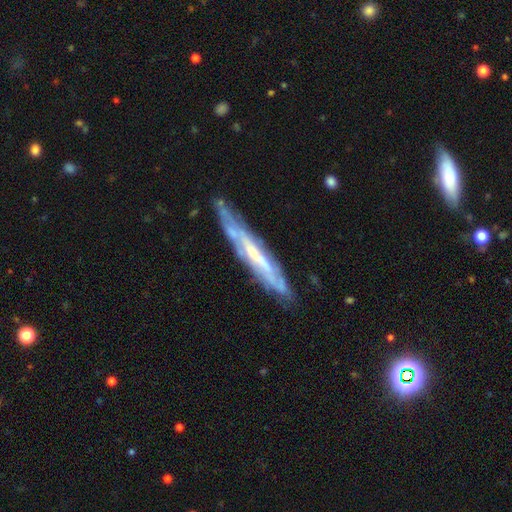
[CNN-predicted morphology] smooth-or-featured: featured or disk: 72% | smooth: 22% | star or artifact: 6%
  disk-edge-on: yes: 72% | no: 28%
    edge-on-bulge: none: 68% | rounded: 21% | boxy: 11%
  merging: none: 74% | minor disturbance: 19% | major disturbance: 5% | merger: 3%